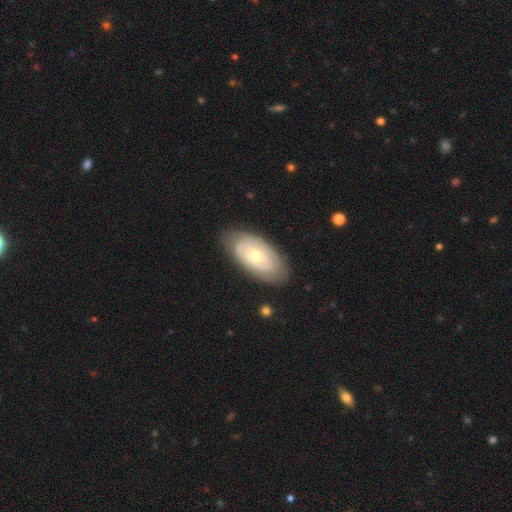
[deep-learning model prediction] This is possibly a featured or disk galaxy (57%). It is clearly not viewed edge-on (90%). Bar: clearly no (84%). Spiral arm pattern: possibly yes (52%). Central bulge: possibly moderate (57%). Merging: likely none (76%).